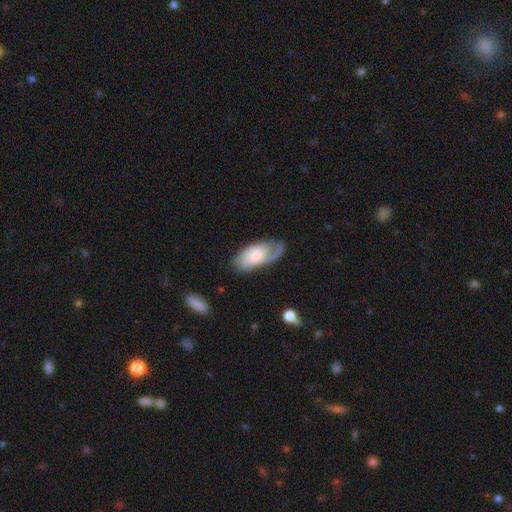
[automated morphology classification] Smooth or featured? Predicted: featured or disk (p=0.61). Edge-on disk? Predicted: no (p=0.92). Bar? Predicted: no (p=0.74). Spiral arms? Predicted: yes (p=0.85). Bulge size? Predicted: small (p=0.46). Merging? Predicted: none (p=0.57).